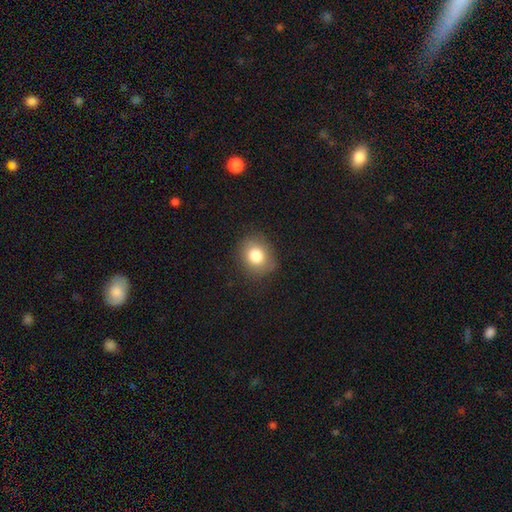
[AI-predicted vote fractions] Smooth or featured? smooth (81%)
How rounded? round (68%)
Merging? none (82%)